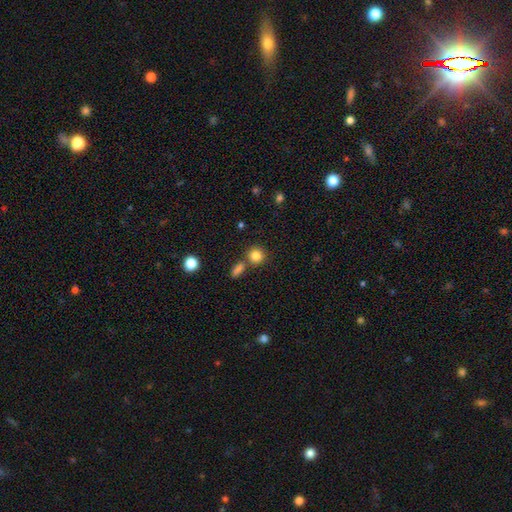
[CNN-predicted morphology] The model was most divided on "merging": none: 72%, merger: 16%, minor disturbance: 9%, major disturbance: 3%. More confident: how rounded — round (89%); smooth or featured — smooth (83%).